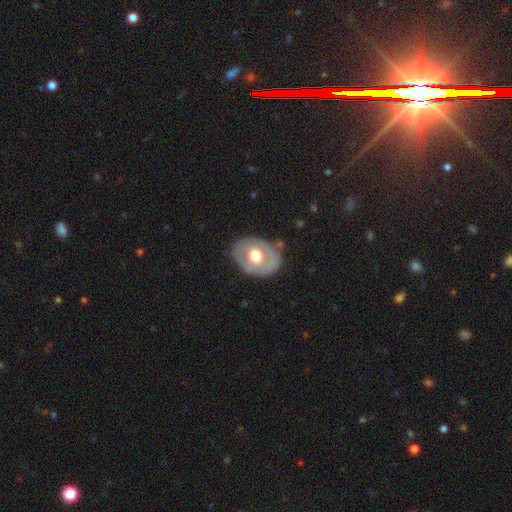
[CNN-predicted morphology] This appears to be a smooth galaxy with no disk features (49%). Merging: none (76%).